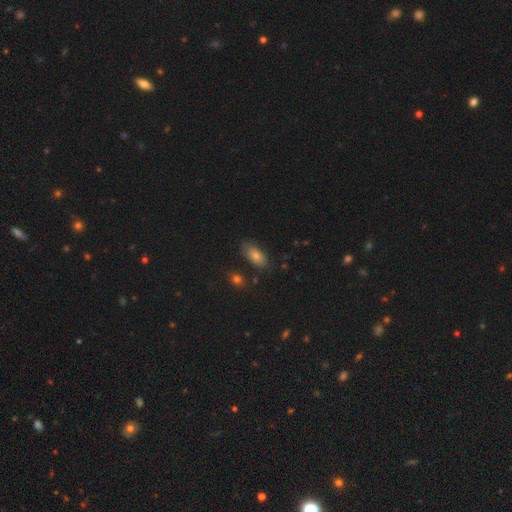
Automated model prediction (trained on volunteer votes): smooth_or_featured: smooth (p=0.71) [alt: featured or disk p=0.16]
how_rounded: in between (p=0.88) [alt: cigar-shaped p=0.08]
merging: none (p=0.77) [alt: minor disturbance p=0.16]